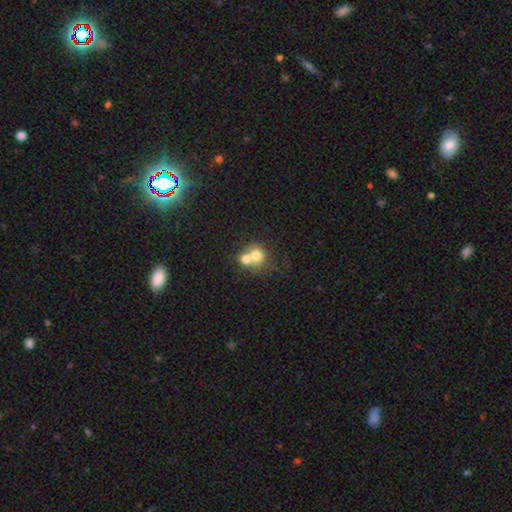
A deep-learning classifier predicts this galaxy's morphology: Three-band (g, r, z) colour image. It shows a smooth galaxy with no disk features (71%) that is round (76%). Merging: merger (66%).